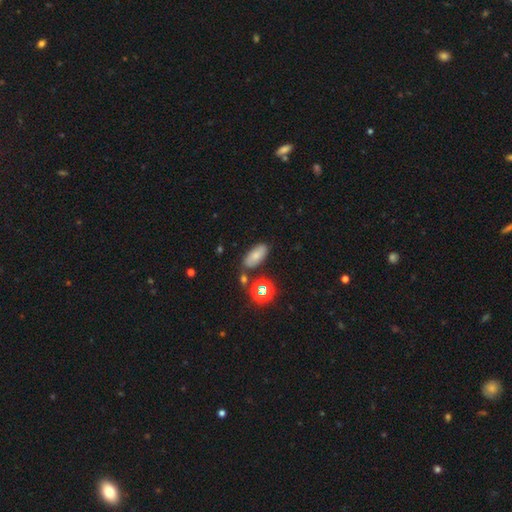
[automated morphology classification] This is likely a smooth galaxy (70%). How rounded: clearly in between (85%). Merging: likely none (77%).